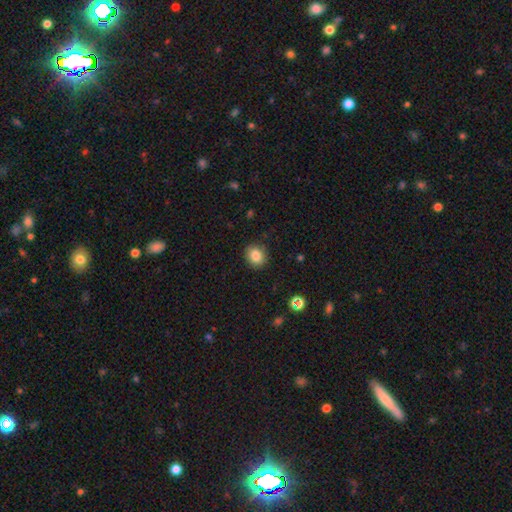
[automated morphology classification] type=smooth (84%); roundness=round (74%); merging=none (88%).